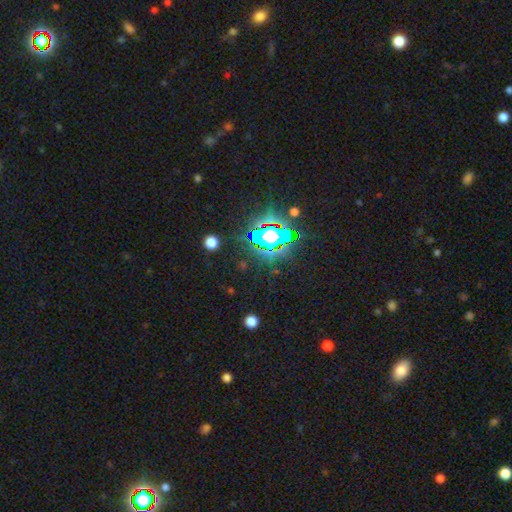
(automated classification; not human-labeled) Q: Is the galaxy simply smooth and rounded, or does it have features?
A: star or artifact — 84%.